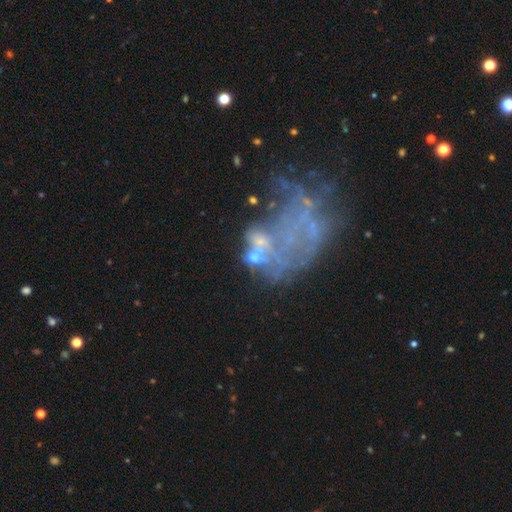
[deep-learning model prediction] Smooth or featured? Predicted: featured or disk (p=0.51). Edge-on disk? Predicted: no (p=0.96). Merging? Predicted: merger (p=0.38).